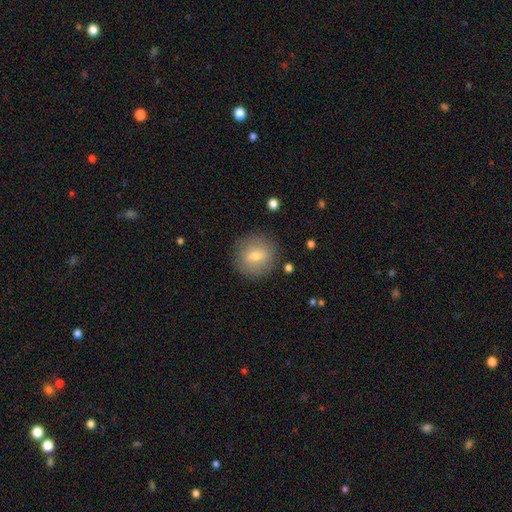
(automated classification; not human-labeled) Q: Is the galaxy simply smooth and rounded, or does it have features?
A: smooth — 67%.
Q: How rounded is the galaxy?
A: round — 88%.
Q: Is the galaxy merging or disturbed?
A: none — 86%.